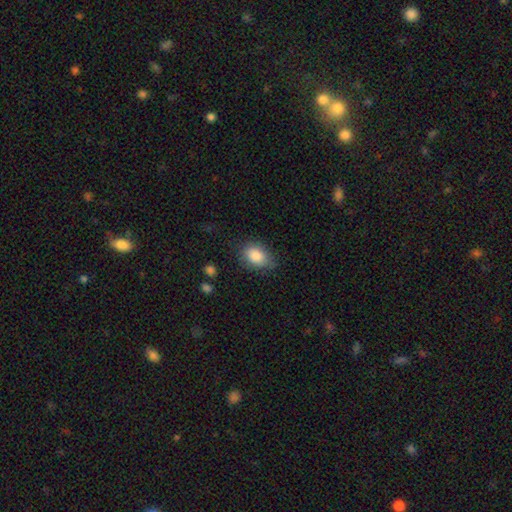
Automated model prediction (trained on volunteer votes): This is clearly a smooth galaxy (86%). How rounded: clearly in between (84%). Merging: likely none (73%).